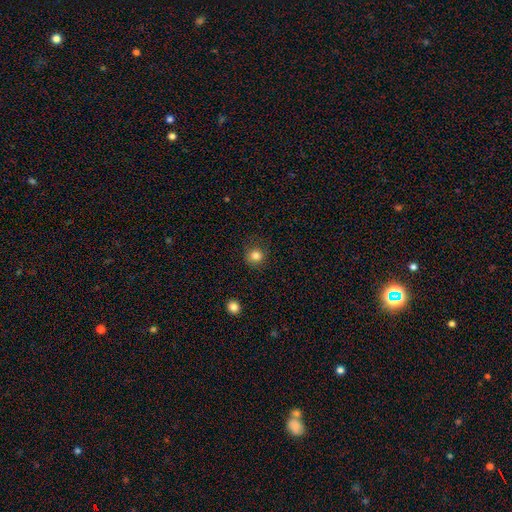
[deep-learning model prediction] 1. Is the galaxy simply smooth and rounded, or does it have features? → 83% smooth, 12% star or artifact, 5% featured or disk.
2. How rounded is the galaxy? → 90% round, 9% in between, 1% cigar-shaped.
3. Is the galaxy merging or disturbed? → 84% none, 11% minor disturbance, 4% major disturbance, 1% merger.